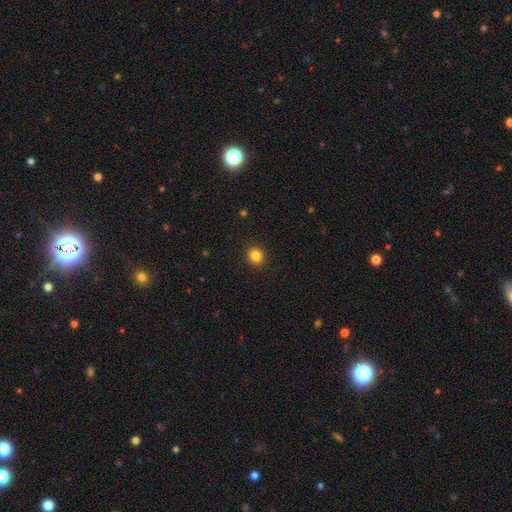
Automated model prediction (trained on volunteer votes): Smooth or featured?
  - smooth: 84% *
  - star or artifact: 11%
  - featured or disk: 5%
How rounded?
  - round: 78% *
  - in between: 21%
  - cigar-shaped: 1%
Merging?
  - none: 91% *
  - minor disturbance: 6%
  - major disturbance: 2%
  - merger: 1%